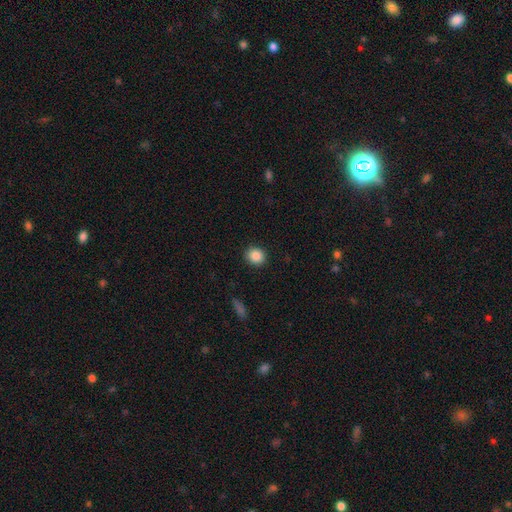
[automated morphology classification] The model was most divided on "how rounded": round: 81%, in between: 18%, cigar-shaped: 1%. More confident: merging — none (91%); smooth or featured — smooth (87%).